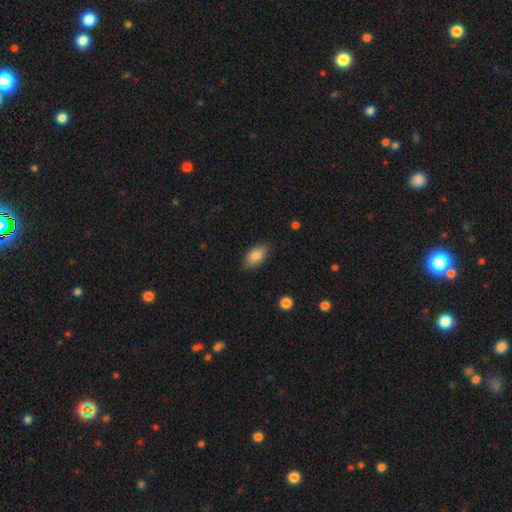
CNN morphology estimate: A smooth galaxy with no disk features (86%) that is in between round and cigar-shaped (92%). Merging: none (85%).